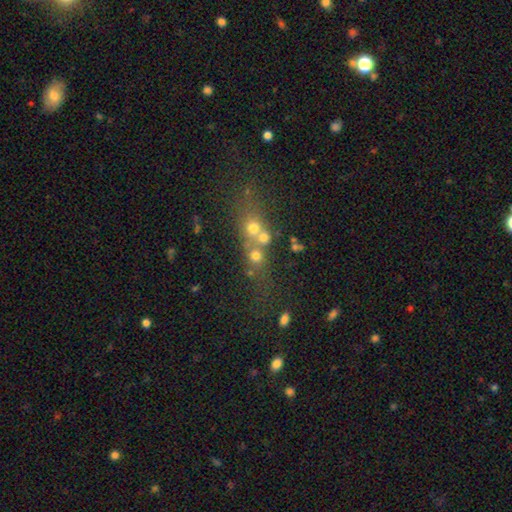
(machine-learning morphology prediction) This appears to be a smooth galaxy with no disk features (61%) that is round (80%). Merging: merger (46%).